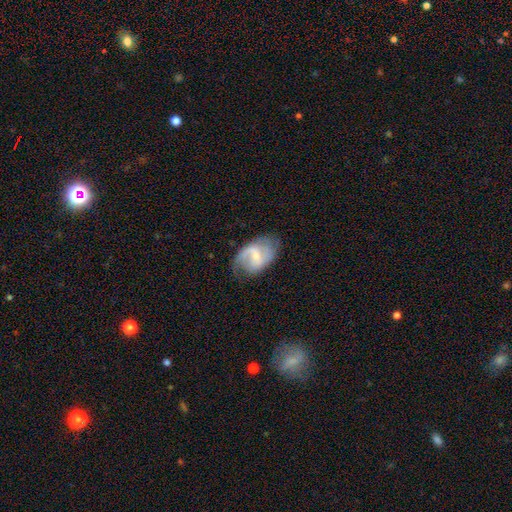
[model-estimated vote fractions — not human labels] featured or disk 73%, smooth 21%, star or artifact 6%. Down the decision tree: edge-on disk — no (97%); bar — weak (58%); spiral arms — yes (90%); spiral arm count — 2 (72%); spiral winding — medium (45%); bulge size — small (55%); merging — none (63%).